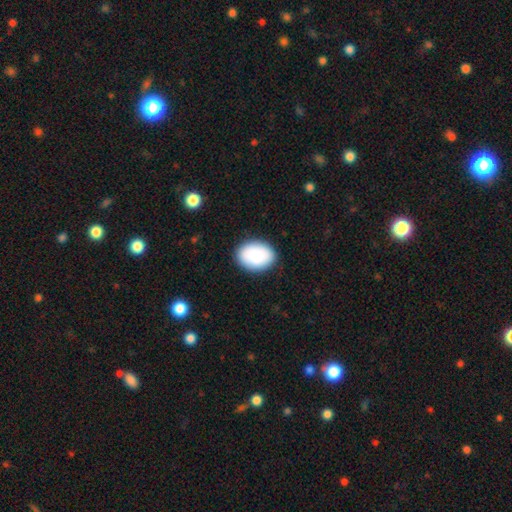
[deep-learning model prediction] smooth 85%, featured or disk 8%, star or artifact 7%. Down the decision tree: how rounded — in between (73%); merging — none (83%).